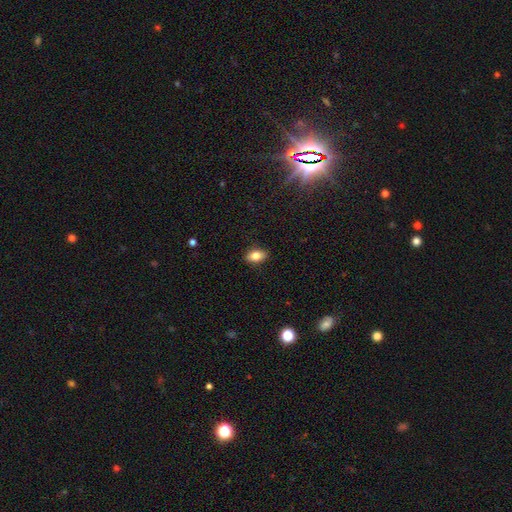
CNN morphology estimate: This appears to be a smooth galaxy with no disk features (81%) that is in between round and cigar-shaped (87%). Merging: none (89%).